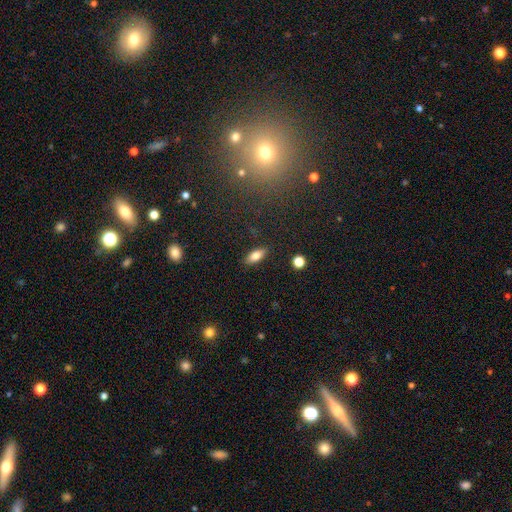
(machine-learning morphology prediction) Overall: smooth (80%). How rounded: in between (81%). Merging: none (87%).